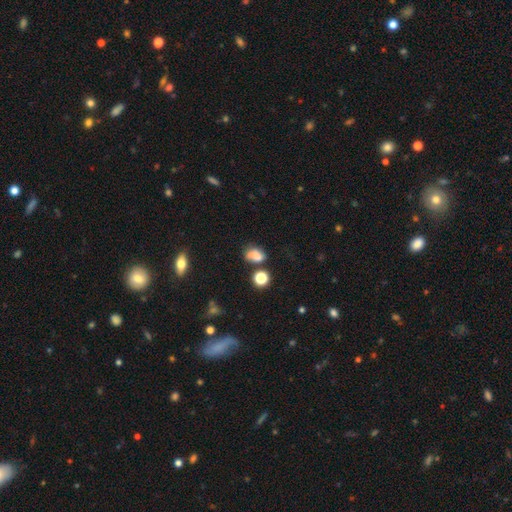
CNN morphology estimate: smooth-or-featured: smooth: 72% | star or artifact: 15% | featured or disk: 13%
  how-rounded: in between: 68% | round: 30% | cigar-shaped: 2%
  merging: none: 43% | minor disturbance: 25% | merger: 20% | major disturbance: 12%